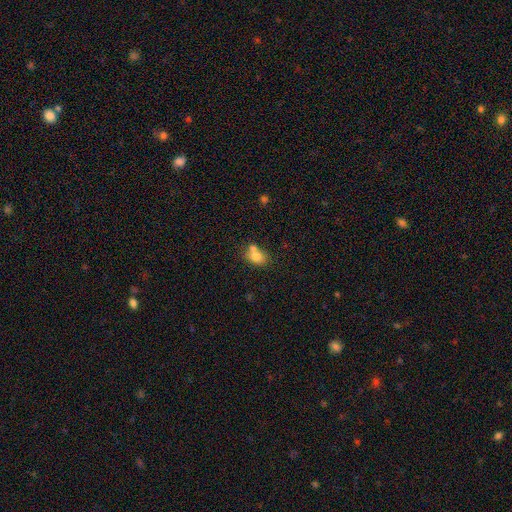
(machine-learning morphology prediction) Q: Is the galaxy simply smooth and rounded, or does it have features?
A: smooth — 76%.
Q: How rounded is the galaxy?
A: in between — 62%.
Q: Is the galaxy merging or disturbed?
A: merger — 44%.